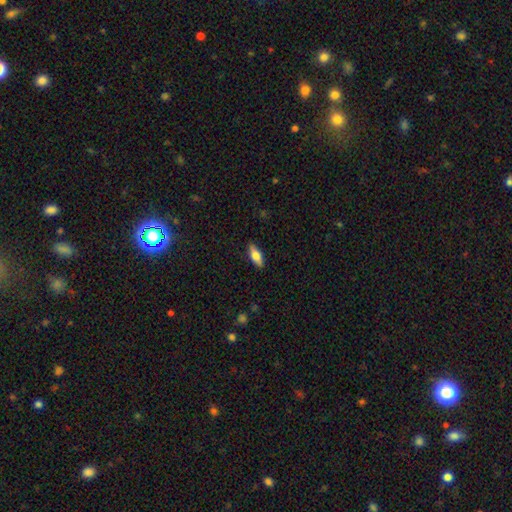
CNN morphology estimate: Smooth or featured? Predicted: smooth (p=0.68). How rounded? Predicted: in between (p=0.72). Merging? Predicted: none (p=0.87).